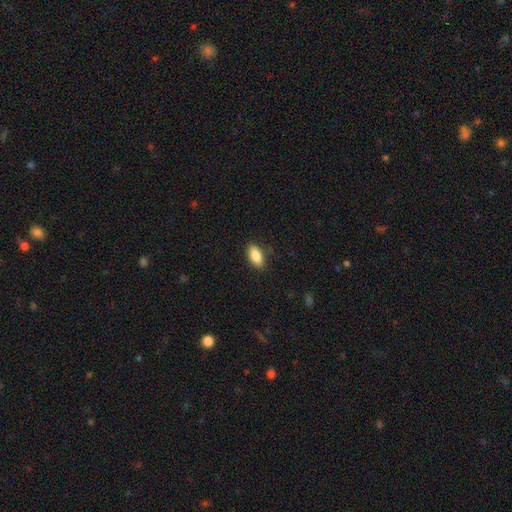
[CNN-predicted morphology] Overall: smooth (84%). How rounded: in between (88%). Merging: none (86%).